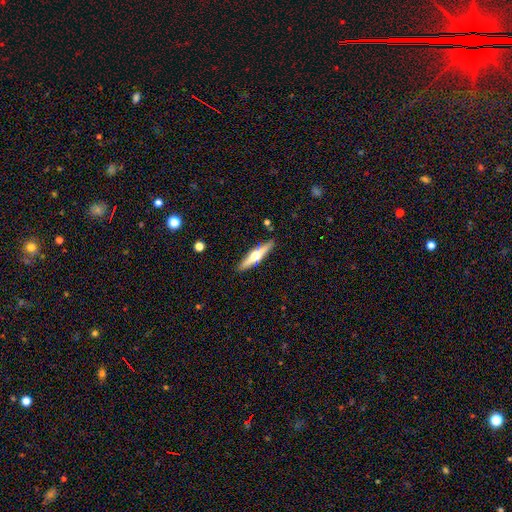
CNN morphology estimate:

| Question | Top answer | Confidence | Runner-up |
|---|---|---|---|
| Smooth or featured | featured or disk | 65% | smooth (30%) |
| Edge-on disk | yes | 96% | no (4%) |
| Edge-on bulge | rounded | 95% | boxy (3%) |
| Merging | none | 89% | minor disturbance (8%) |